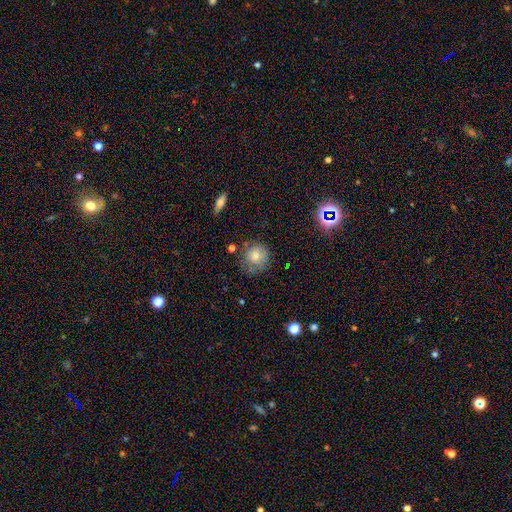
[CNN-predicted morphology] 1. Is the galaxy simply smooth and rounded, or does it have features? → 64% smooth, 20% featured or disk, 16% star or artifact.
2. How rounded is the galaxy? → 90% round, 9% in between, 1% cigar-shaped.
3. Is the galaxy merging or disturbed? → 73% none, 19% minor disturbance, 5% major disturbance, 3% merger.